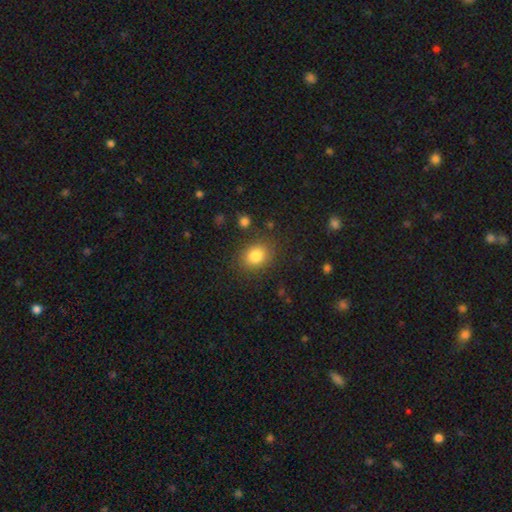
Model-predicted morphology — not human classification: smooth-or-featured: smooth: 83% | star or artifact: 10% | featured or disk: 7%
  how-rounded: in between: 51% | round: 48% | cigar-shaped: 1%
  merging: none: 82% | minor disturbance: 11% | major disturbance: 4% | merger: 2%